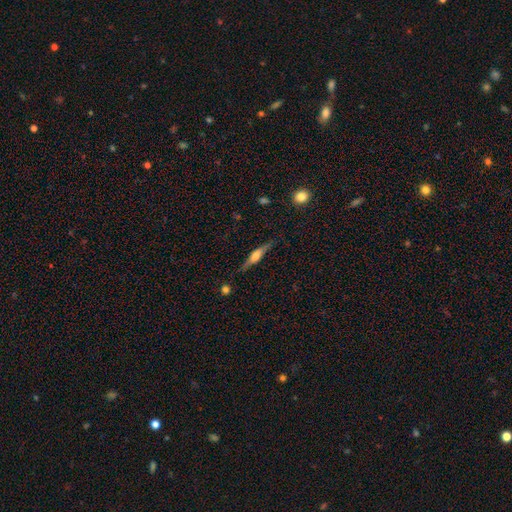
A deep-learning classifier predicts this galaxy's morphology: This is likely a featured or disk galaxy (62%). It is clearly viewed edge-on (96%). Edge-on bulge: likely rounded (75%). Merging: clearly none (85%).